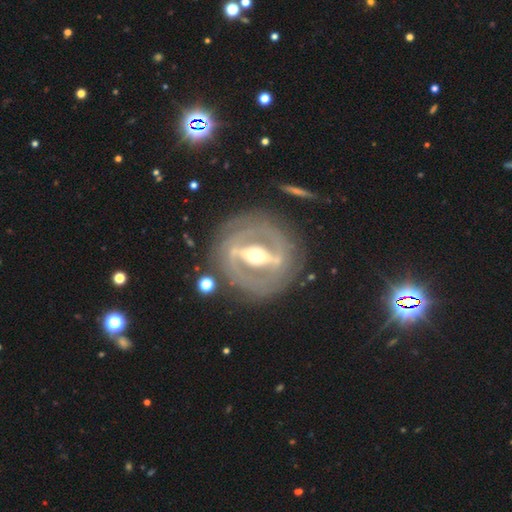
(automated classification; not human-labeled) The model was most divided on "spiral arms": yes: 64%, no: 36%. More confident: edge-on disk — no (88%); smooth or featured — featured or disk (86%); merging — none (80%); bar — strong (77%); bulge size — moderate (65%).